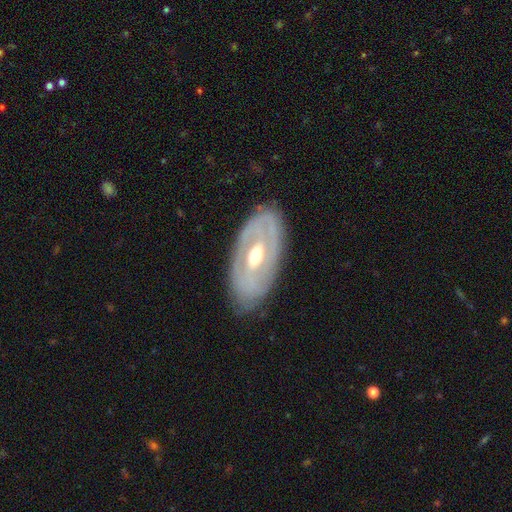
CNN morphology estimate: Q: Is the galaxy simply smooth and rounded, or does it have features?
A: featured or disk — 75%.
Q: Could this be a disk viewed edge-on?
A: no — 88%.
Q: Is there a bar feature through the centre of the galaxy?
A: no — 43%.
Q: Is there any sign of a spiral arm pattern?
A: yes — 52%.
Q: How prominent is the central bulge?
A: moderate — 72%.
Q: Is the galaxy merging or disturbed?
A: none — 80%.